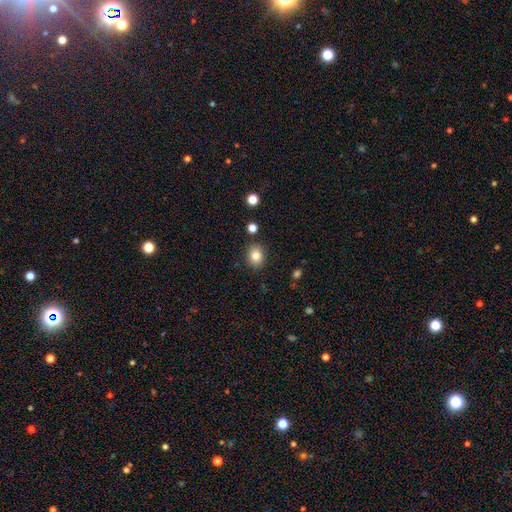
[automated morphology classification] type=smooth (83%); roundness=round (54%); merging=none (86%).